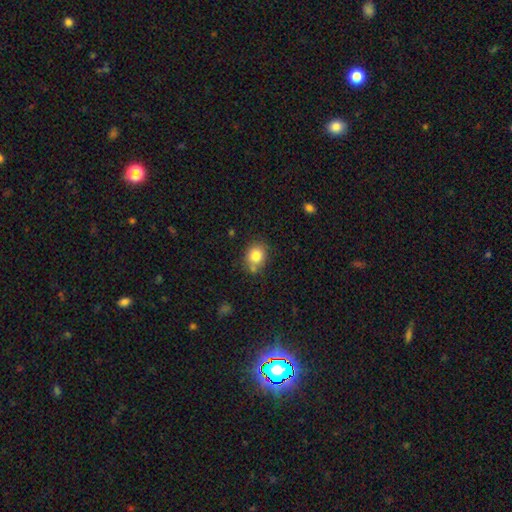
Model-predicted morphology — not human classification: Q: Smooth or featured?
A: smooth (82%); runner-up: star or artifact (10%)
Q: How rounded?
A: round (68%); runner-up: in between (31%)
Q: Merging?
A: none (68%); runner-up: minor disturbance (17%)